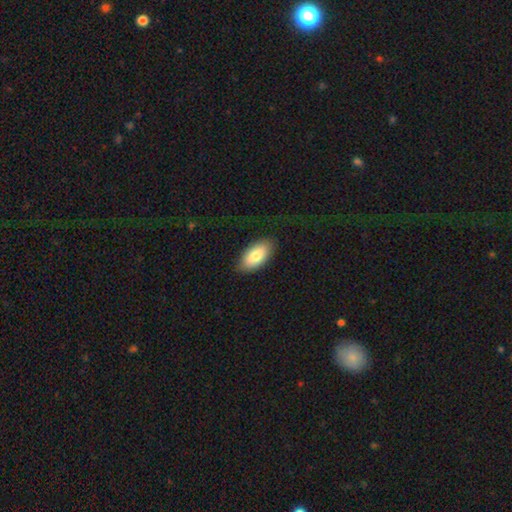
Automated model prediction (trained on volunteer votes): smooth_or_featured: smooth (p=0.82) [alt: featured or disk p=0.12]
how_rounded: in between (p=0.94) [alt: cigar-shaped p=0.04]
merging: none (p=0.85) [alt: minor disturbance p=0.11]